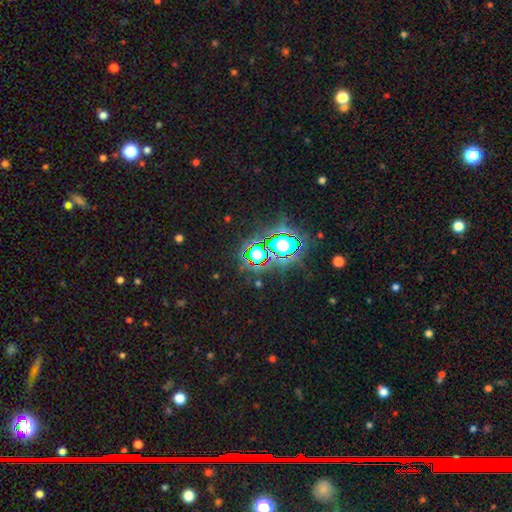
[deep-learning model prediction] Smooth or featured?
  - star or artifact: 77% *
  - smooth: 14%
  - featured or disk: 10%